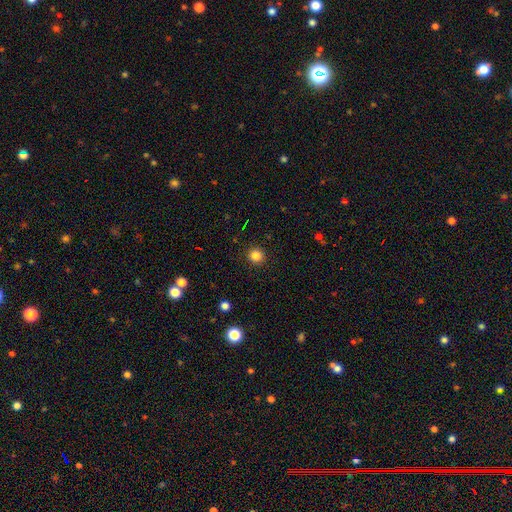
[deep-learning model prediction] smooth-or-featured: smooth: 84% | star or artifact: 12% | featured or disk: 4%
  how-rounded: round: 93% | in between: 6% | cigar-shaped: 1%
  merging: none: 92% | minor disturbance: 5% | major disturbance: 2% | merger: 1%